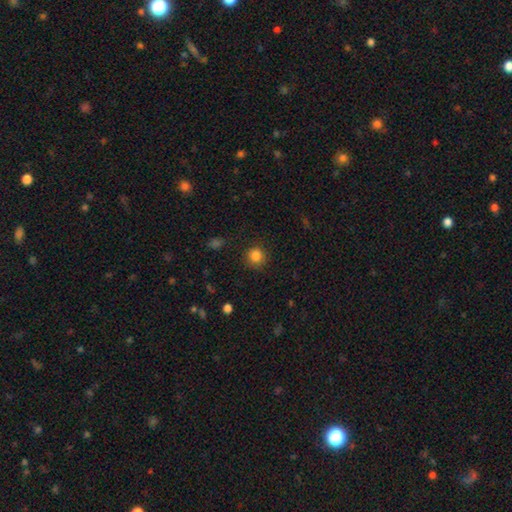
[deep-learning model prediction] Smooth or featured? smooth (84%)
How rounded? round (92%)
Merging? none (88%)